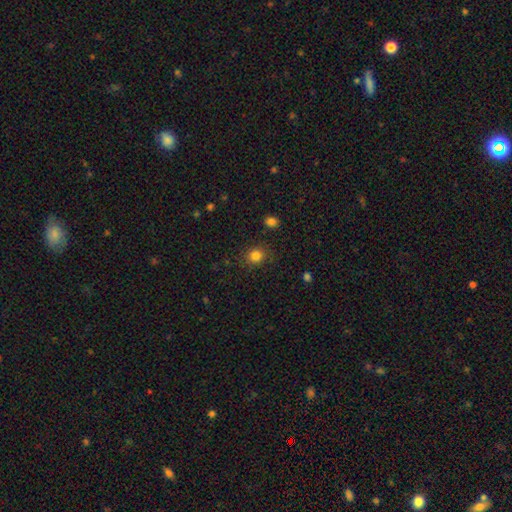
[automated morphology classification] This appears to be a smooth galaxy with no disk features (83%) that is round (77%). Merging: none (85%).